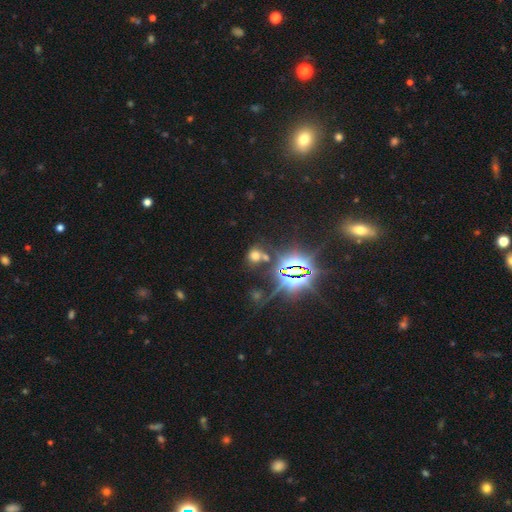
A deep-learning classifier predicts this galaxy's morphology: type=star or artifact (45%).